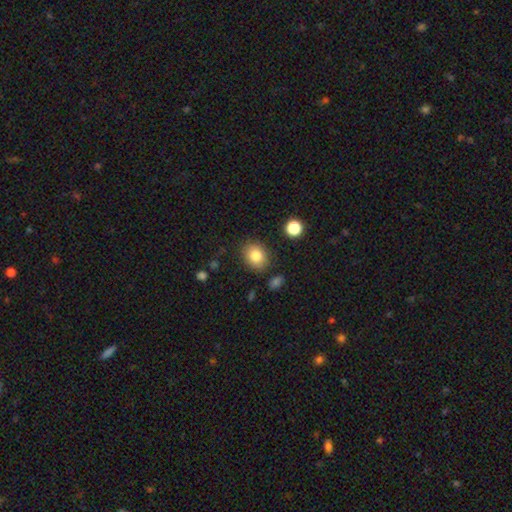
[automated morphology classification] type=smooth (81%); roundness=round (60%); merging=none (84%).